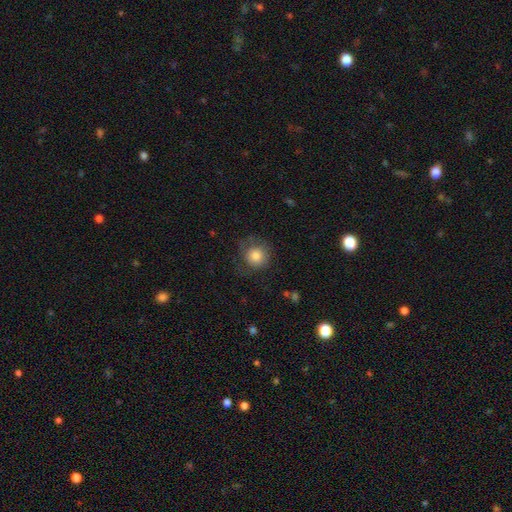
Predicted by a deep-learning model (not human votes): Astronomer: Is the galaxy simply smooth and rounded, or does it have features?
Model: smooth — 81%.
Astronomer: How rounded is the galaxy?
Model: round — 90%.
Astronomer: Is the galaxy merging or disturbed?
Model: none — 64%.